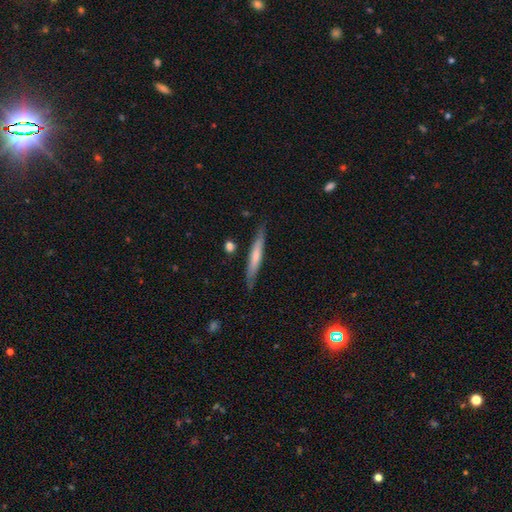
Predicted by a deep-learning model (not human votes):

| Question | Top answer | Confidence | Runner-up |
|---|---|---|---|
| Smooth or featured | smooth | 55% | featured or disk (39%) |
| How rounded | cigar-shaped | 94% | in between (5%) |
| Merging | none | 83% | minor disturbance (12%) |